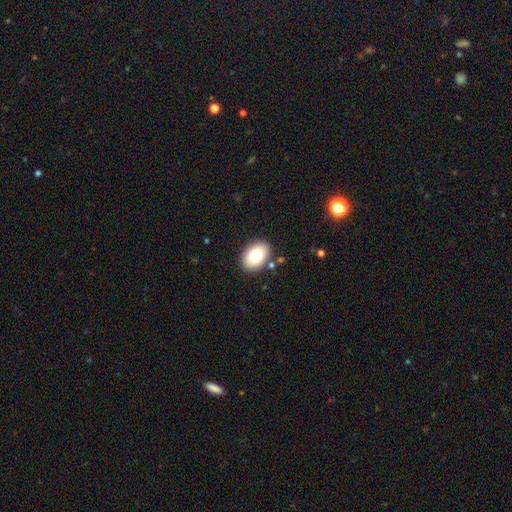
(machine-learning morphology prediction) Smooth or featured: smooth — 80% (featured or disk — 12%)
How rounded: in between — 85% (round — 14%)
Merging: none — 86% (minor disturbance — 9%)